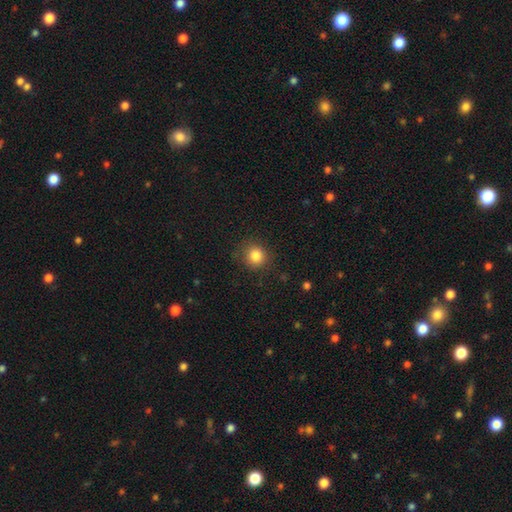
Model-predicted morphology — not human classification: Smooth or featured?
  - smooth: 85% *
  - star or artifact: 10%
  - featured or disk: 5%
How rounded?
  - round: 89% *
  - in between: 10%
  - cigar-shaped: 1%
Merging?
  - none: 85% *
  - minor disturbance: 10%
  - major disturbance: 4%
  - merger: 1%